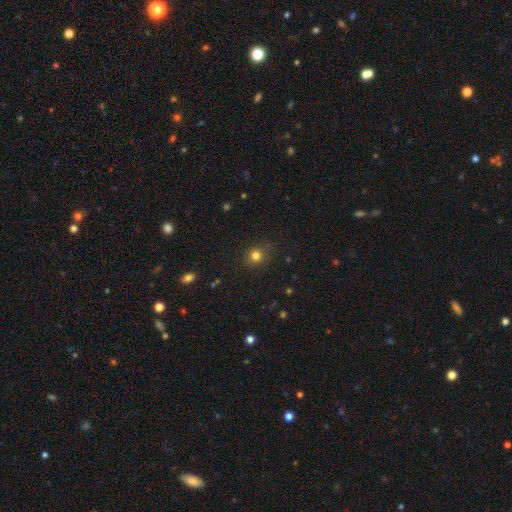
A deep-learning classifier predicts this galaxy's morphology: Smooth or featured?
  - smooth: 80% *
  - star or artifact: 15%
  - featured or disk: 6%
How rounded?
  - round: 81% *
  - in between: 18%
  - cigar-shaped: 1%
Merging?
  - none: 85% *
  - minor disturbance: 11%
  - major disturbance: 3%
  - merger: 1%